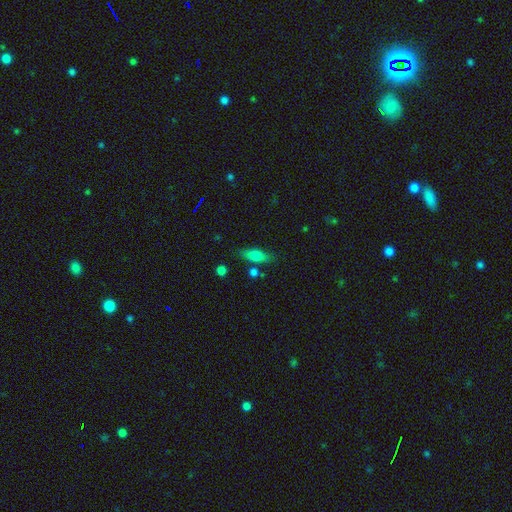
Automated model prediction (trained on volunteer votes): This is likely a smooth galaxy (68%). How rounded: likely in between (63%). Merging: likely none (76%).